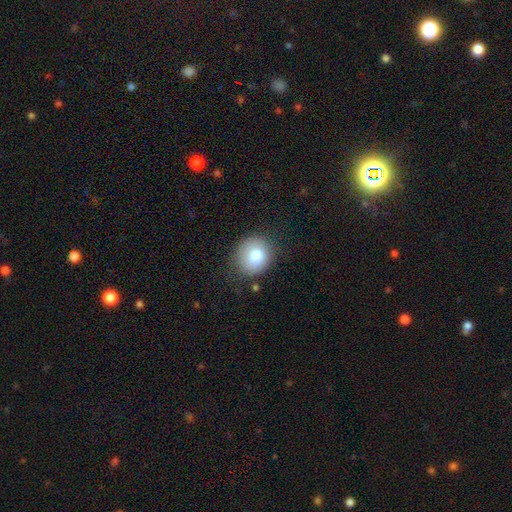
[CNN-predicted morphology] Q: Smooth or featured?
A: smooth (80%); runner-up: featured or disk (11%)
Q: How rounded?
A: round (76%); runner-up: in between (23%)
Q: Merging?
A: none (77%); runner-up: minor disturbance (16%)